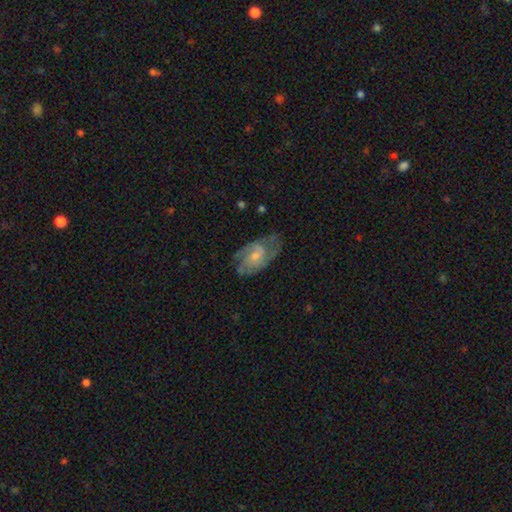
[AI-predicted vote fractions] smooth_or_featured: featured or disk (p=0.76) [alt: smooth p=0.17]
disk_edge_on: no (p=0.96) [alt: yes p=0.04]
bar: no (p=0.60) [alt: weak p=0.34]
has_spiral_arms: yes (p=0.92) [alt: no p=0.08]
spiral_winding: medium (p=0.47) [alt: tight p=0.38]
spiral_arm_count: 2 (p=0.48) [alt: can't tell p=0.21]
bulge_size: small (p=0.54) [alt: moderate p=0.36]
merging: none (p=0.67) [alt: minor disturbance p=0.21]